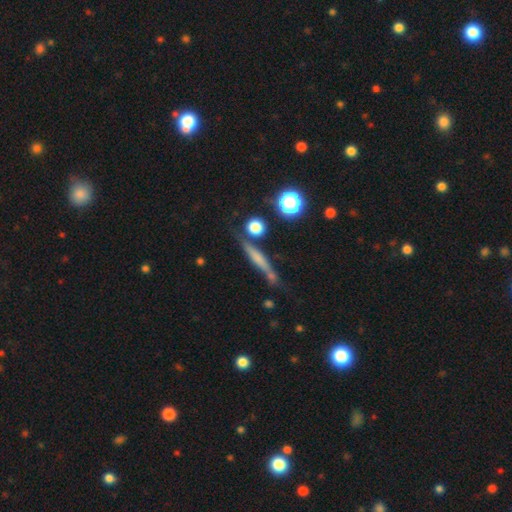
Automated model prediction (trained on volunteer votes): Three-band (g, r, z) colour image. It shows a featured or disk galaxy (50%) viewed edge-on (93%). Merging: none (74%).